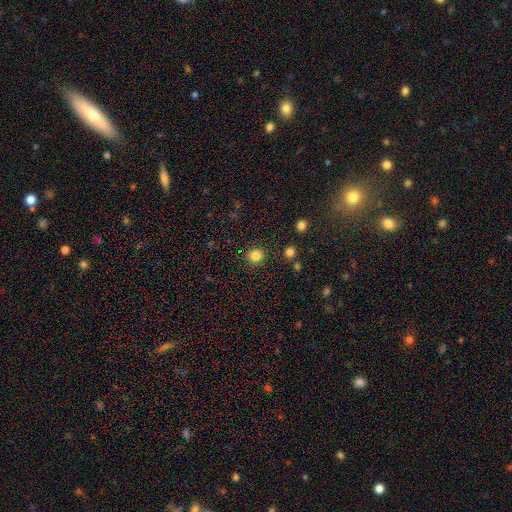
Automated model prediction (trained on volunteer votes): This appears to be a smooth galaxy with no disk features (83%) that is round (92%). Merging: none (91%).